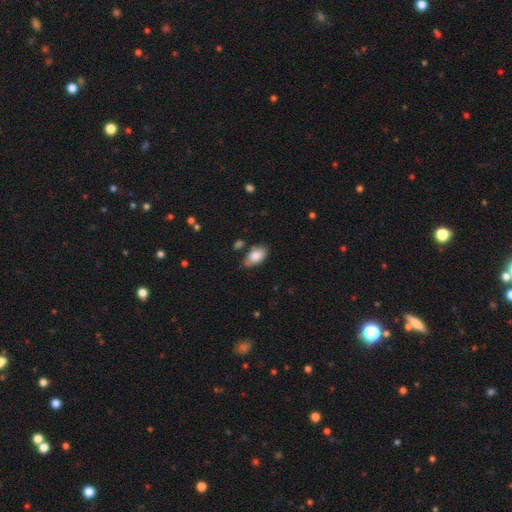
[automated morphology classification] smooth 80%, featured or disk 13%, star or artifact 7%. Down the decision tree: how rounded — in between (93%); merging — none (71%).